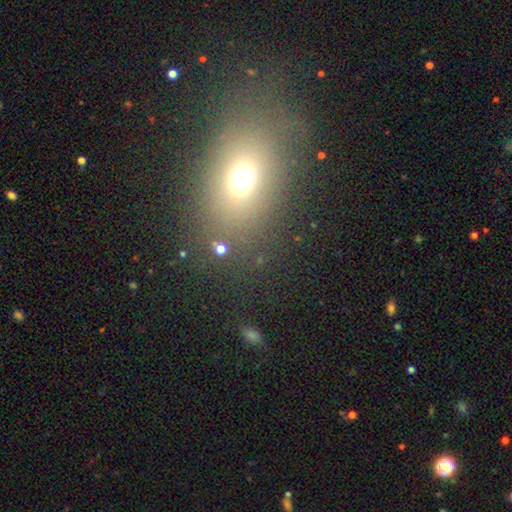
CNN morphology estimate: smooth 62%, star or artifact 25%, featured or disk 13%. Down the decision tree: how rounded — in between (68%); merging — none (80%).